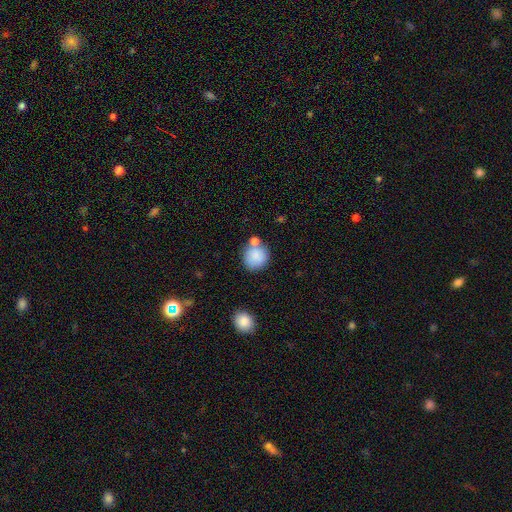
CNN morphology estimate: Smooth or featured? smooth (86%)
How rounded? round (87%)
Merging? none (66%)